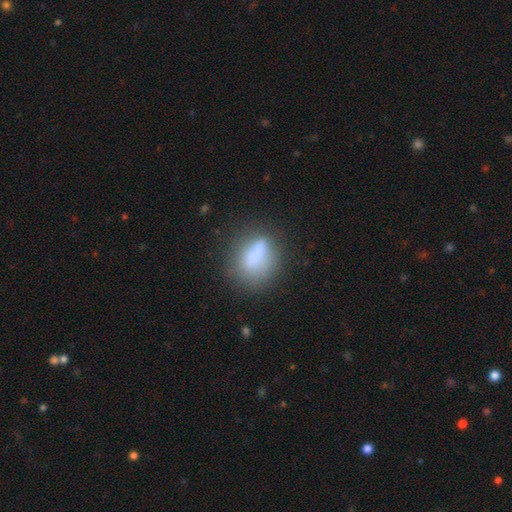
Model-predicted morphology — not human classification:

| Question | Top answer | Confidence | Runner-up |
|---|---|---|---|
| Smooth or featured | smooth | 67% | featured or disk (22%) |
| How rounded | in between | 56% | round (35%) |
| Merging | none | 52% | minor disturbance (21%) |